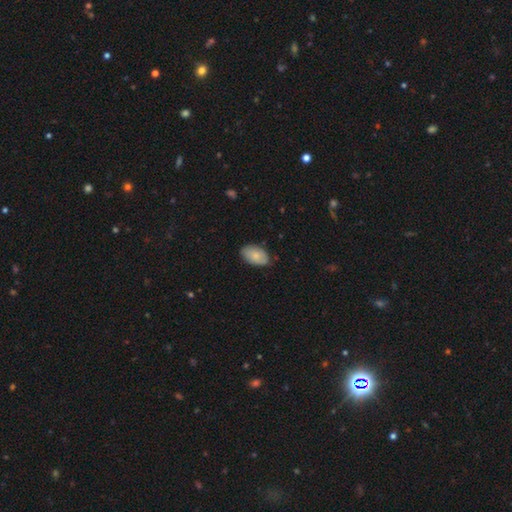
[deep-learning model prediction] Smooth or featured? smooth (80%)
How rounded? in between (92%)
Merging? none (80%)